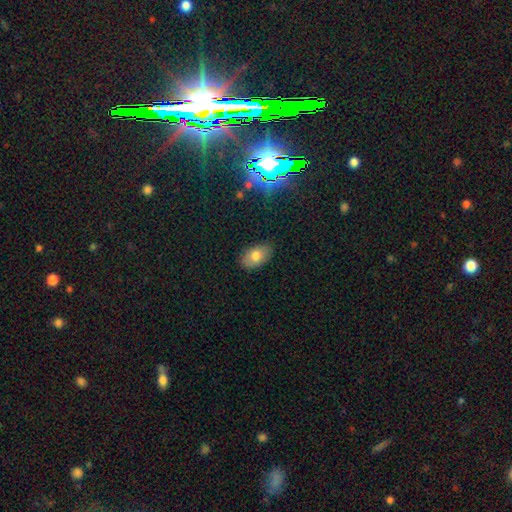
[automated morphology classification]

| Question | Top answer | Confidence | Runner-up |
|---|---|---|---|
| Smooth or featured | smooth | 78% | featured or disk (13%) |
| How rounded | in between | 90% | round (8%) |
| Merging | none | 85% | minor disturbance (12%) |